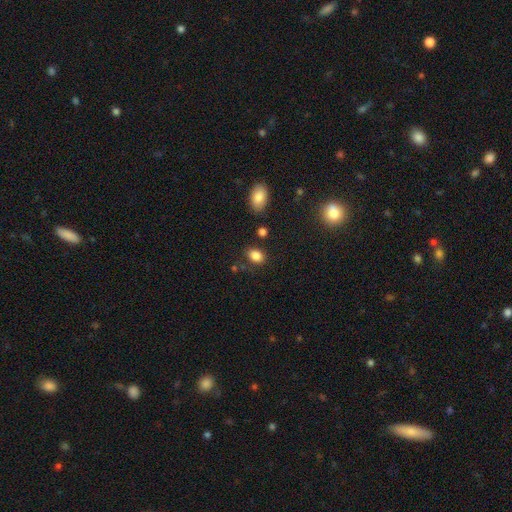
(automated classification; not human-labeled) The model was most divided on "how rounded": in between: 72%, round: 27%, cigar-shaped: 1%. More confident: smooth or featured — smooth (85%); merging — none (78%).